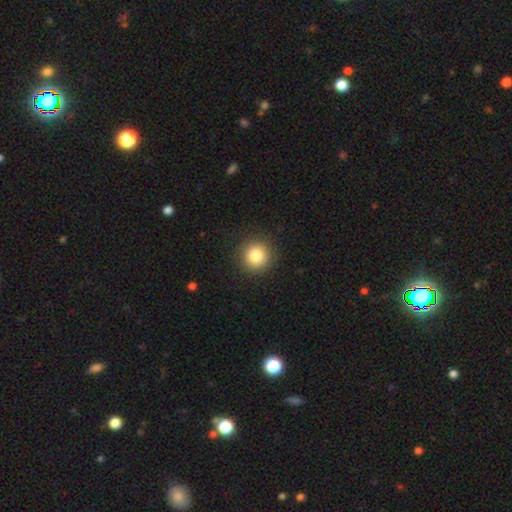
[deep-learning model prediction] Smooth or featured? smooth (84%)
How rounded? round (94%)
Merging? none (91%)